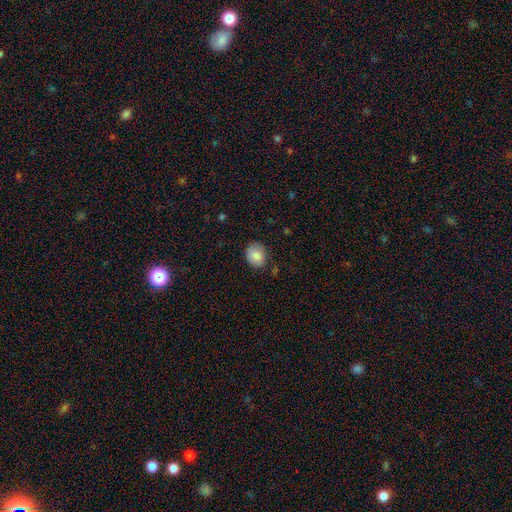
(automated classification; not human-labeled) Smooth or featured: smooth — 85% (star or artifact — 8%)
How rounded: round — 53% (in between — 46%)
Merging: none — 80% (minor disturbance — 15%)